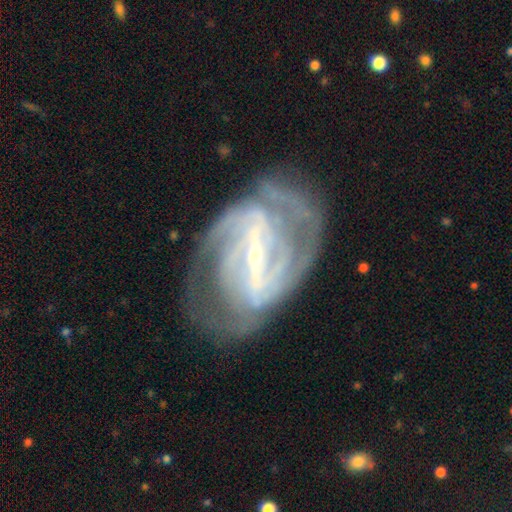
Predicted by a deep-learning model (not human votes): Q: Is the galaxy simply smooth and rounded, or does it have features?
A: featured or disk — 90%.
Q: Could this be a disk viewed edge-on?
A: no — 96%.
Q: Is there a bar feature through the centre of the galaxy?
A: strong — 75%.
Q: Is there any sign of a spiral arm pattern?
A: yes — 94%.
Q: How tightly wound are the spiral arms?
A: tight — 49%.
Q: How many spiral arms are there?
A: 2 — 43%.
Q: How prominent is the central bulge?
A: small — 80%.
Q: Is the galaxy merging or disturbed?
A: none — 64%.